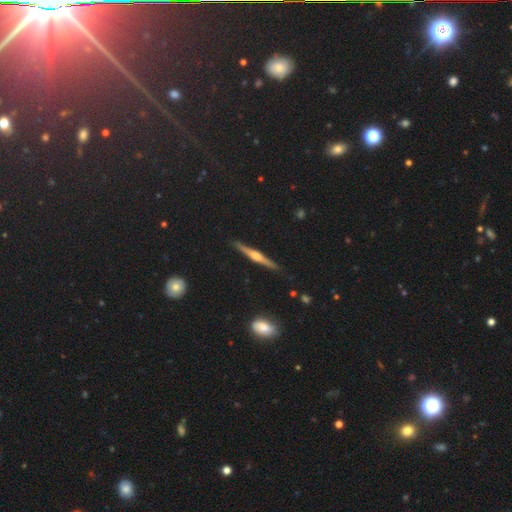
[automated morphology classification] type=featured or disk (80%); edge-on=yes (98%); edge-on bulge=rounded (84%); merging=none (91%).